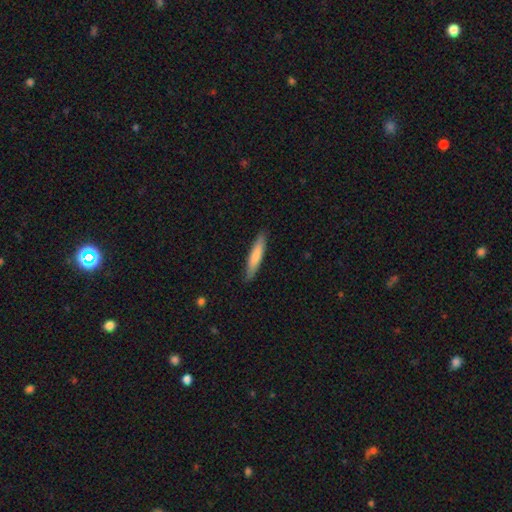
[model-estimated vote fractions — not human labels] This is likely a smooth galaxy (75%). How rounded: clearly cigar-shaped (87%). Merging: clearly none (88%).